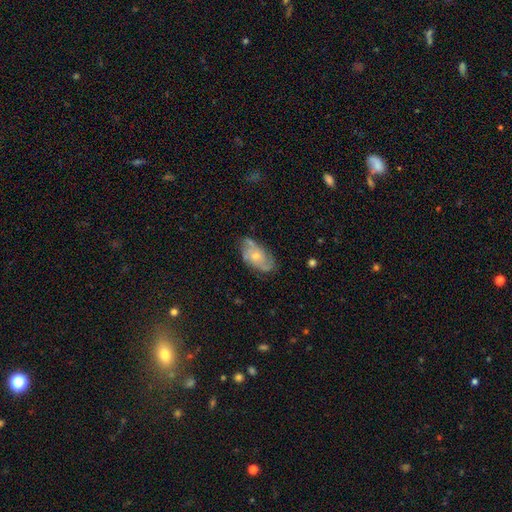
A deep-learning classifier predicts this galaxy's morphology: featured or disk 65%, smooth 29%, star or artifact 7%. Down the decision tree: edge-on disk — no (95%); bar — no (79%); spiral arms — yes (84%); spiral arm count — 2 (40%); spiral winding — medium (43%); bulge size — small (52%); merging — none (66%).